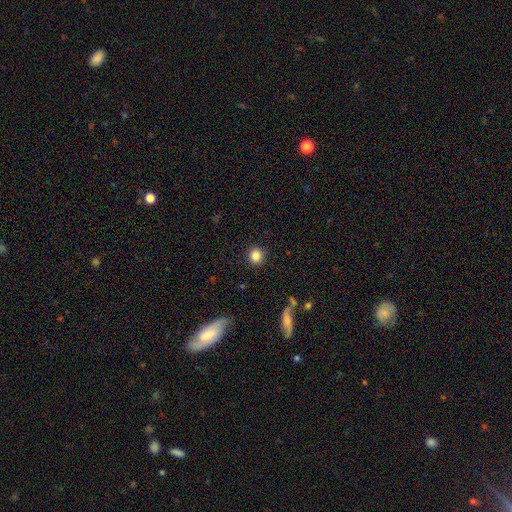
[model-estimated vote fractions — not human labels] A smooth galaxy with no disk features (85%) that is round (89%).

Vote fractions:
- Smooth or featured? smooth: 85% / star or artifact: 10% / featured or disk: 5%
- How rounded? round: 89% / in between: 10% / cigar-shaped: 1%
- Merging? none: 91% / minor disturbance: 6% / major disturbance: 2% / merger: 1%